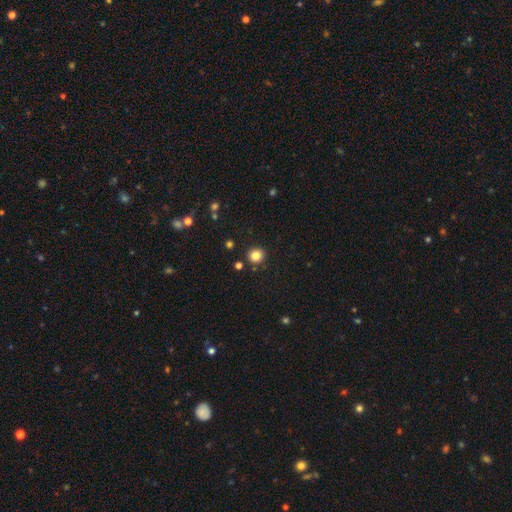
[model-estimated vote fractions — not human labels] A smooth galaxy with no disk features (83%) that is round (89%). Merging: none (89%).